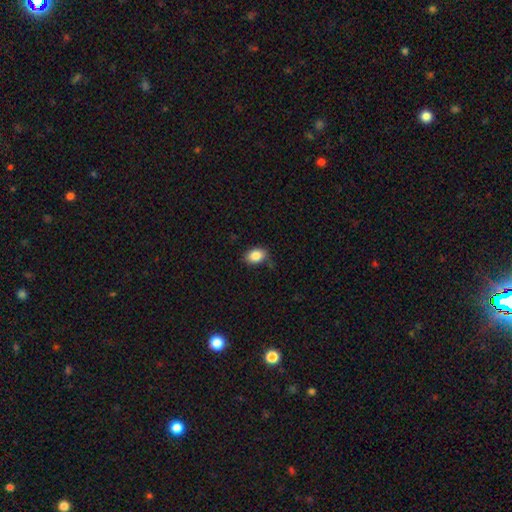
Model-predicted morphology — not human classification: Overall: smooth (86%). How rounded: in between (78%). Merging: none (78%).